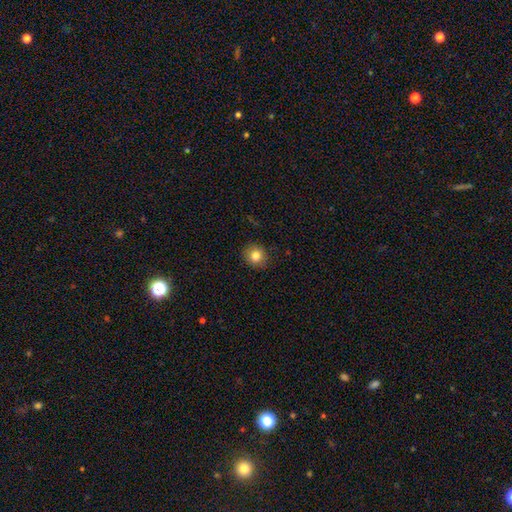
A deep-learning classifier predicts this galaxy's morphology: Smooth or featured?
  - smooth: 81% *
  - star or artifact: 11%
  - featured or disk: 8%
How rounded?
  - round: 83% *
  - in between: 16%
  - cigar-shaped: 1%
Merging?
  - none: 89% *
  - minor disturbance: 8%
  - major disturbance: 2%
  - merger: 1%